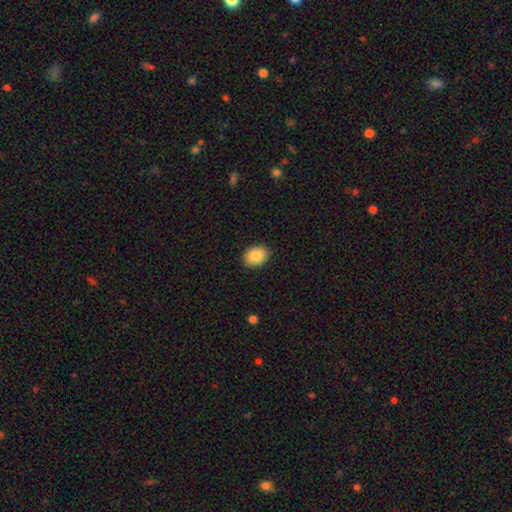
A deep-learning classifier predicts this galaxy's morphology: Smooth or featured?
  - smooth: 86% *
  - star or artifact: 7%
  - featured or disk: 6%
How rounded?
  - in between: 63% *
  - round: 36%
  - cigar-shaped: 1%
Merging?
  - none: 89% *
  - minor disturbance: 8%
  - major disturbance: 2%
  - merger: 1%